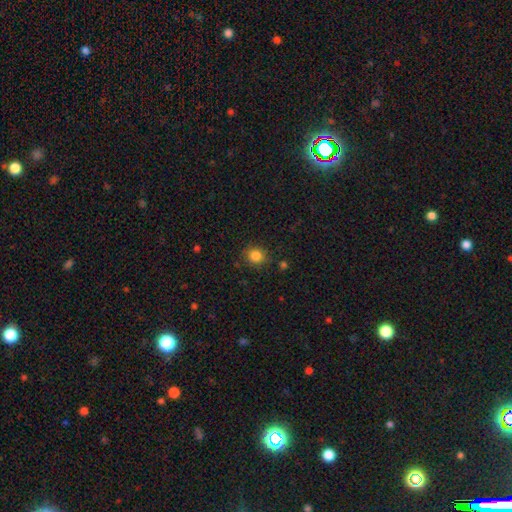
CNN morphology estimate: This is clearly a smooth galaxy (84%). How rounded: clearly round (85%). Merging: clearly none (85%).